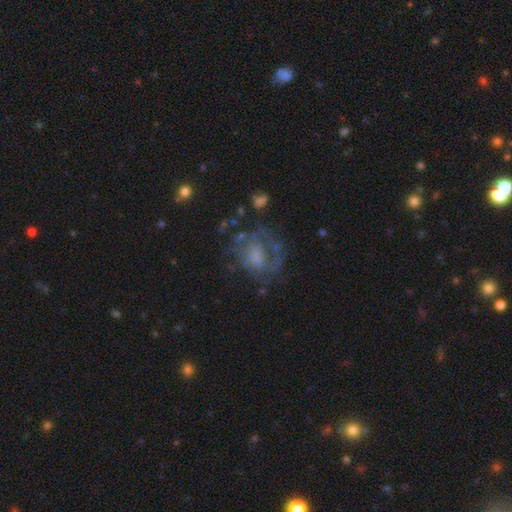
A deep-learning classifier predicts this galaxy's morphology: smooth-or-featured: featured or disk: 62% | smooth: 26% | star or artifact: 12%
  disk-edge-on: no: 98% | yes: 2%
    bar: no: 70% | weak: 25% | strong: 5%
    has-spiral-arms: yes: 59% | no: 41%
    bulge-size: none: 32% | moderate: 29% | small: 24% | large: 13% | dominant: 2%
  merging: none: 52% | major disturbance: 25% | minor disturbance: 19% | merger: 3%